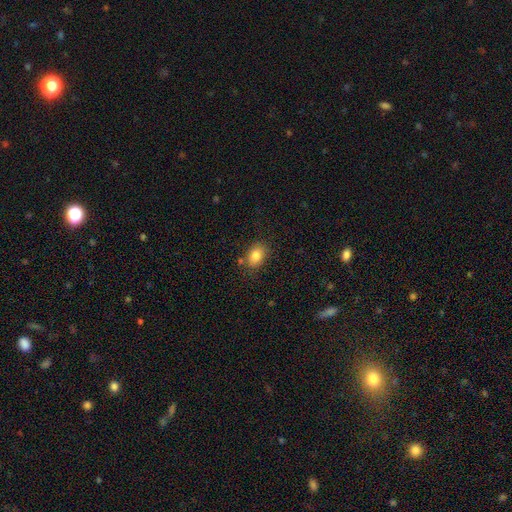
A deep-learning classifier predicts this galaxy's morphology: Q: Smooth or featured?
A: smooth (84%); runner-up: star or artifact (9%)
Q: How rounded?
A: in between (76%); runner-up: round (23%)
Q: Merging?
A: none (76%); runner-up: minor disturbance (15%)